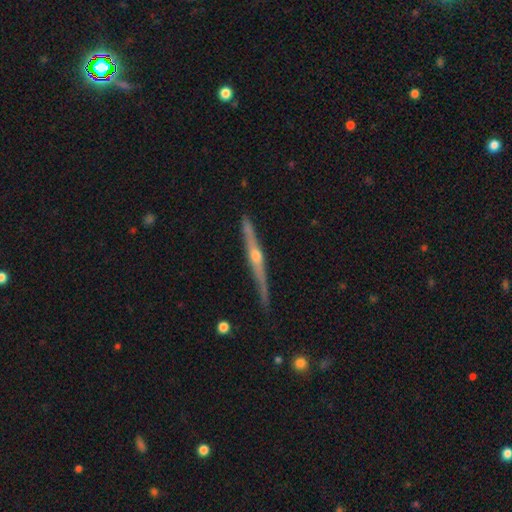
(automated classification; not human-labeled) Morphology: type=featured or disk (83%); edge-on=yes (98%); edge-on bulge=rounded (90%); merging=none (84%).